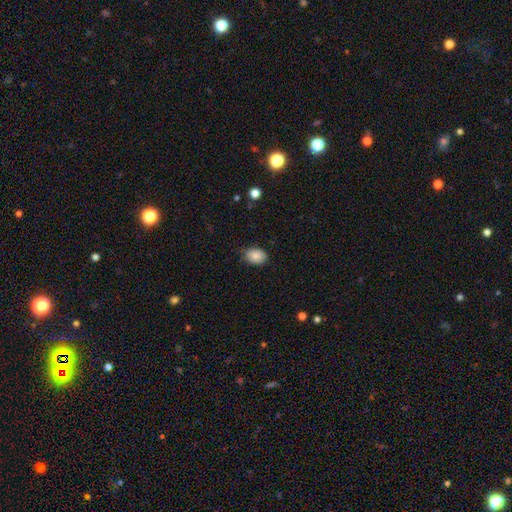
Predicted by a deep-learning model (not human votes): This is clearly a smooth galaxy (86%). How rounded: likely in between (72%). Merging: likely none (76%).